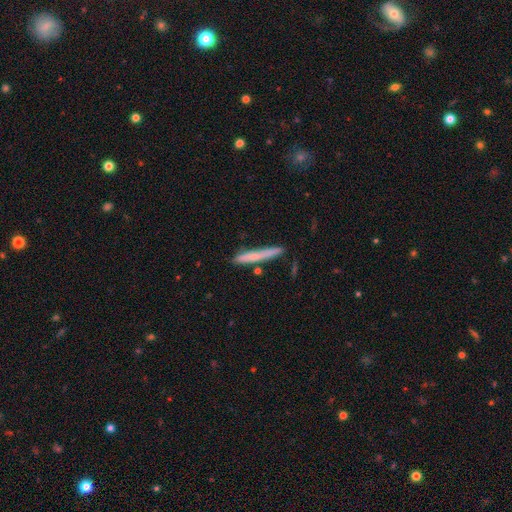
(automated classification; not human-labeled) Morphology: type=smooth (62%); roundness=cigar-shaped (96%); merging=none (82%).